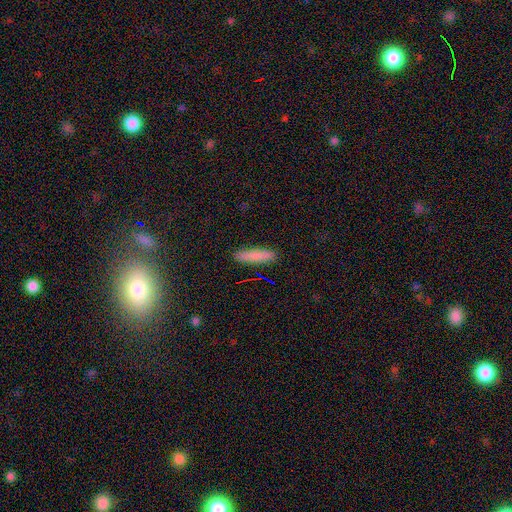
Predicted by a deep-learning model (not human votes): This appears to be a smooth galaxy with no disk features (83%) that is cigar-shaped (82%). Merging: none (89%).